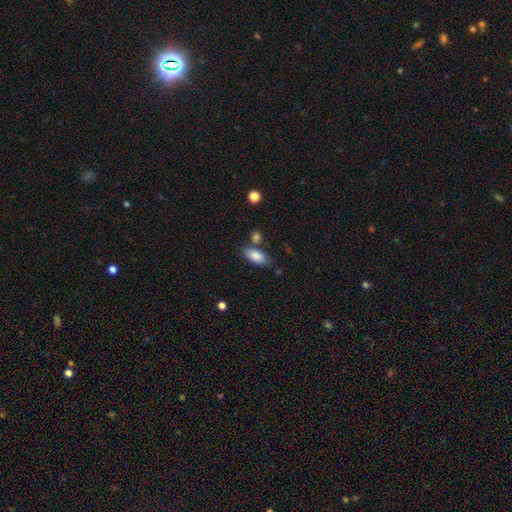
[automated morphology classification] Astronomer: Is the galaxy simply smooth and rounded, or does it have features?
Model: smooth — 86%.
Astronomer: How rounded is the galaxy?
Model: in between — 88%.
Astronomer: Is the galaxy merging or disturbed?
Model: none — 70%.